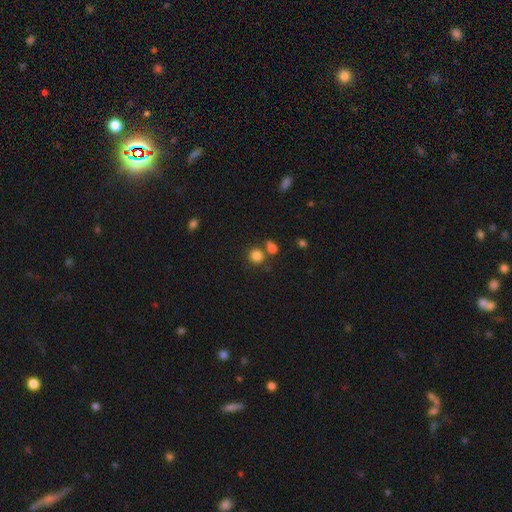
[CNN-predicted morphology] smooth 81%, star or artifact 13%, featured or disk 6%. Down the decision tree: how rounded — round (89%); merging — none (70%).